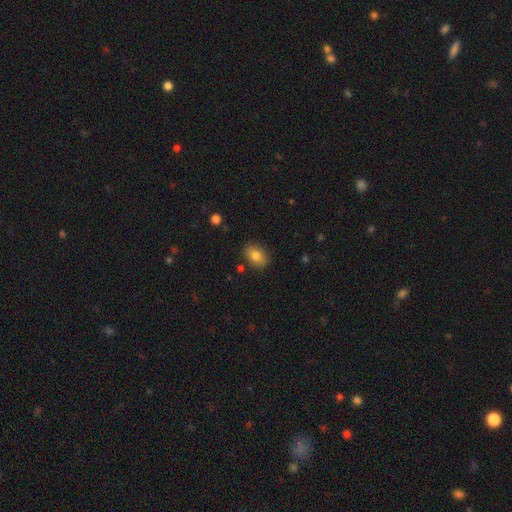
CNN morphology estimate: The model was most divided on "how rounded": in between: 76%, round: 23%, cigar-shaped: 1%. More confident: merging — none (86%); smooth or featured — smooth (81%).